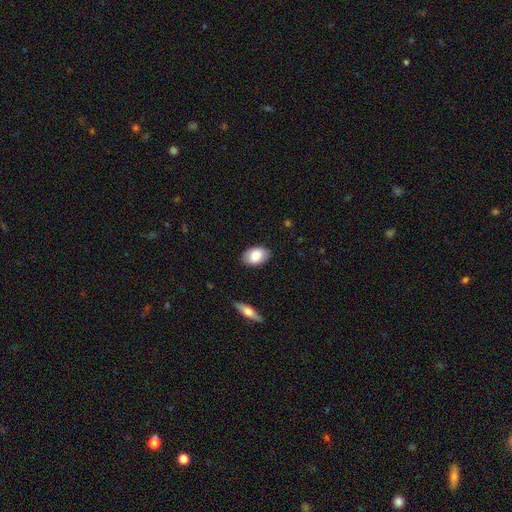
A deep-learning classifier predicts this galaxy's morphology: A smooth galaxy with no disk features (84%) that is in between round and cigar-shaped (91%).

Vote fractions:
- Smooth or featured? smooth: 84% / featured or disk: 9% / star or artifact: 6%
- How rounded? in between: 91% / round: 7% / cigar-shaped: 1%
- Merging? none: 85% / minor disturbance: 11% / major disturbance: 2% / merger: 1%